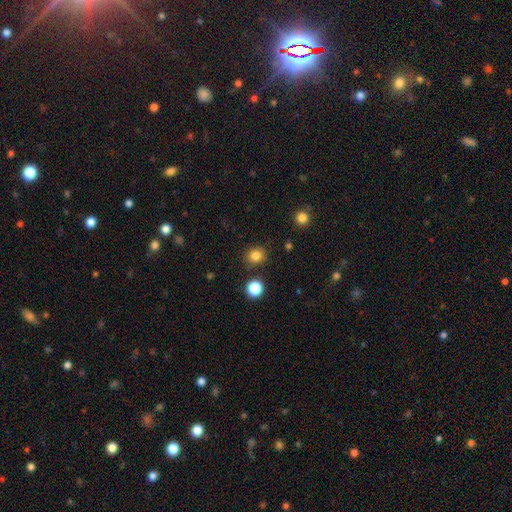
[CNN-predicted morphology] Smooth or featured? smooth (82%)
How rounded? round (76%)
Merging? none (86%)